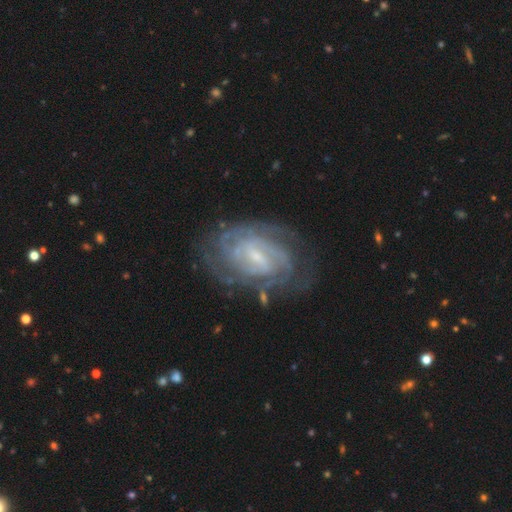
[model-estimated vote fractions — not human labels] Q: Smooth or featured?
A: featured or disk (87%); runner-up: smooth (7%)
Q: Edge-on disk?
A: no (97%); runner-up: yes (3%)
Q: Bar?
A: weak (54%); runner-up: strong (27%)
Q: Spiral arms?
A: yes (96%); runner-up: no (4%)
Q: Spiral winding?
A: tight (73%); runner-up: medium (23%)
Q: Spiral arm count?
A: can't tell (34%); runner-up: 2 (29%)
Q: Bulge size?
A: small (63%); runner-up: moderate (25%)
Q: Merging?
A: none (75%); runner-up: minor disturbance (16%)